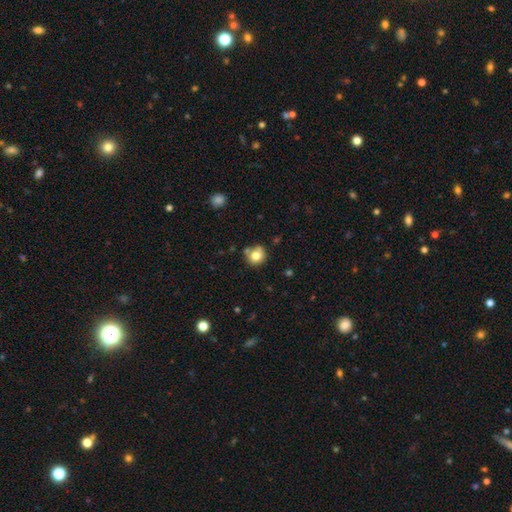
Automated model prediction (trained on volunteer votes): smooth-or-featured: smooth: 78% | featured or disk: 11% | star or artifact: 11%
  how-rounded: round: 89% | in between: 10% | cigar-shaped: 1%
  merging: none: 69% | minor disturbance: 15% | merger: 12% | major disturbance: 4%